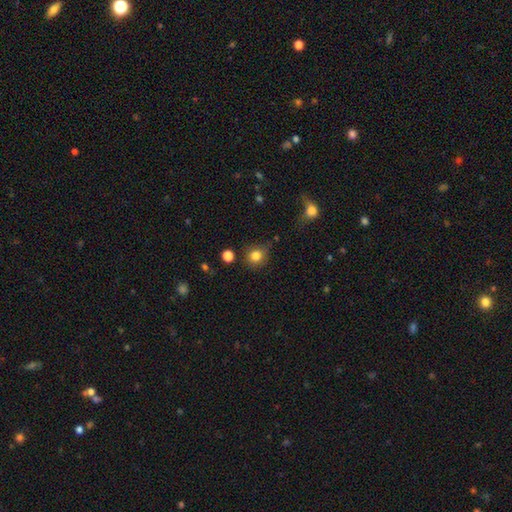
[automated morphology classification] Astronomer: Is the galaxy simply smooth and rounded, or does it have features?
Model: smooth — 82%.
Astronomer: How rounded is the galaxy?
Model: round — 85%.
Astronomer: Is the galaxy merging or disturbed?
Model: none — 76%.